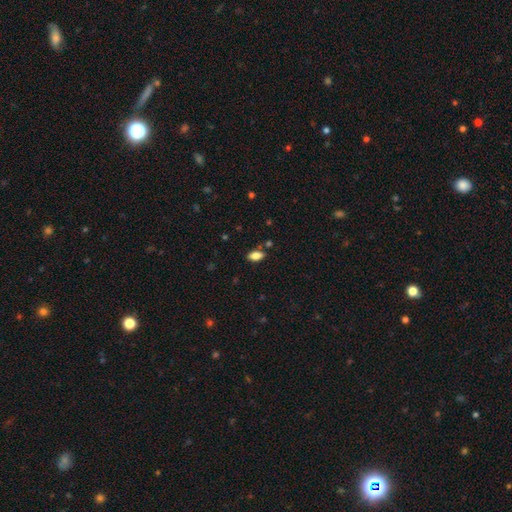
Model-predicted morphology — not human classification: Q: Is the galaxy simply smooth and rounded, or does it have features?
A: smooth — 82%.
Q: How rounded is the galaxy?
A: in between — 90%.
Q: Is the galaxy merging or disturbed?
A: none — 81%.